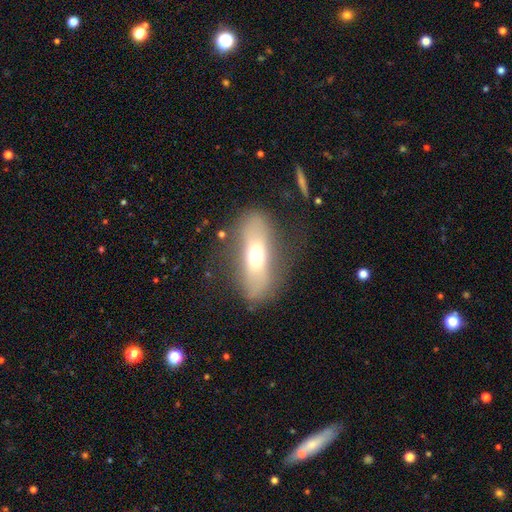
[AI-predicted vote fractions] smooth_or_featured: smooth (p=0.47) [alt: featured or disk p=0.44]
merging: none (p=0.69) [alt: minor disturbance p=0.18]